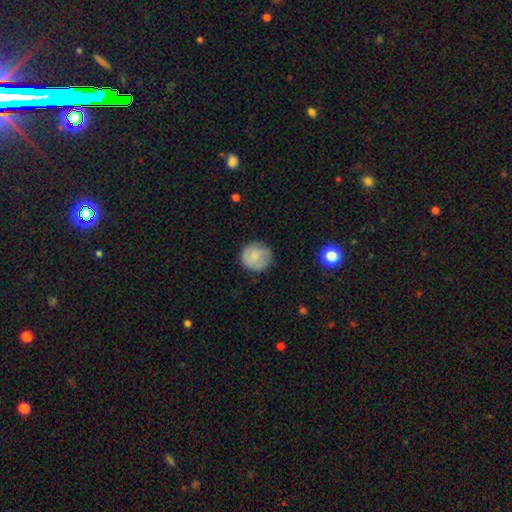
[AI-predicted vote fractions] The model was most divided on "smooth or featured": smooth: 73%, featured or disk: 19%, star or artifact: 7%. More confident: how rounded — round (92%); merging — none (81%).